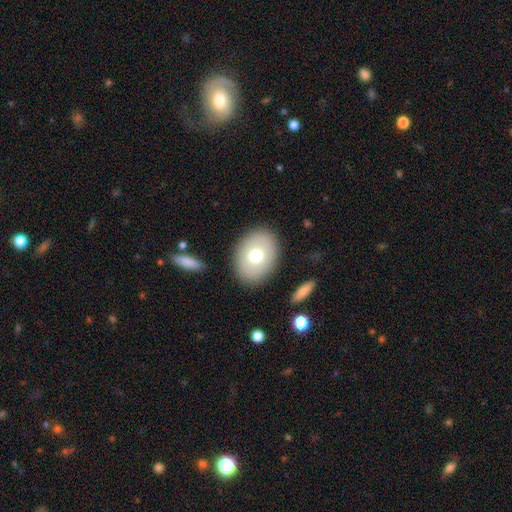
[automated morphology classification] smooth 70%, featured or disk 23%, star or artifact 8%. Down the decision tree: how rounded — in between (71%); merging — none (87%).